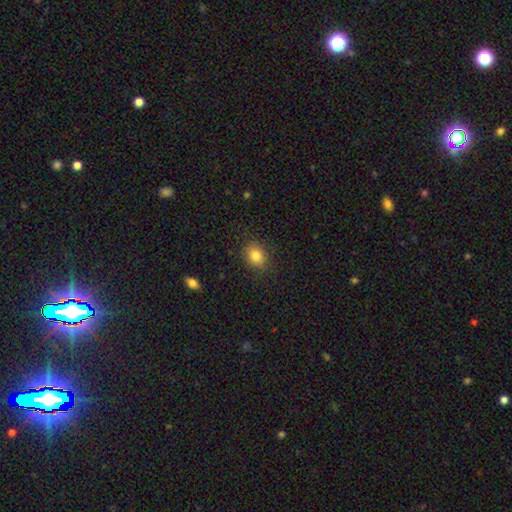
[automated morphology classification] smooth-or-featured: smooth: 82% | star or artifact: 11% | featured or disk: 7%
  how-rounded: round: 54% | in between: 45% | cigar-shaped: 1%
  merging: none: 86% | minor disturbance: 10% | major disturbance: 3% | merger: 1%